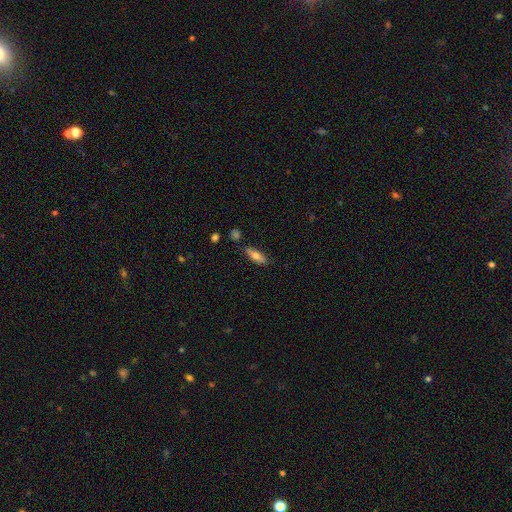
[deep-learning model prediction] smooth-or-featured: smooth: 69% | featured or disk: 25% | star or artifact: 7%
  how-rounded: in between: 53% | cigar-shaped: 44% | round: 3%
  merging: none: 81% | minor disturbance: 14% | merger: 3% | major disturbance: 3%